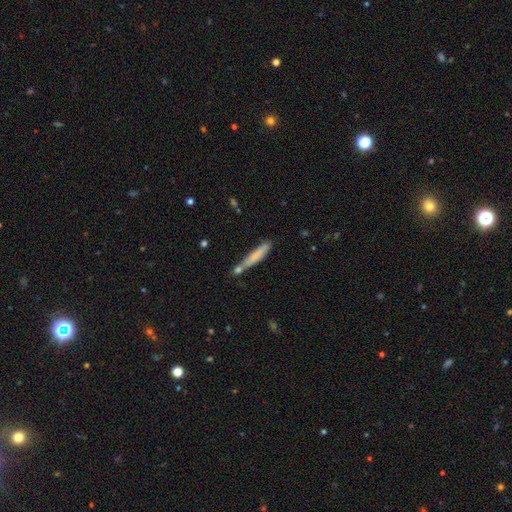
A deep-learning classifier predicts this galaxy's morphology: smooth_or_featured: smooth (p=0.72) [alt: featured or disk p=0.21]
how_rounded: cigar-shaped (p=0.91) [alt: in between p=0.07]
merging: none (p=0.61) [alt: minor disturbance p=0.17]